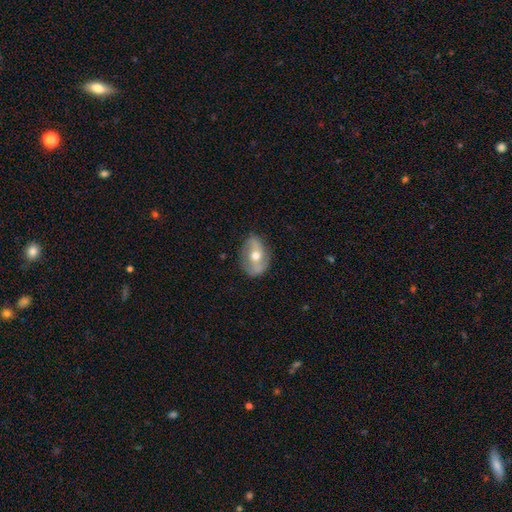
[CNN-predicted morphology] This is possibly a featured or disk galaxy (57%). It is clearly not viewed edge-on (90%). Bar: marginally no (44%). Spiral arm pattern: possibly yes (57%). Central bulge: likely moderate (76%). Merging: likely none (73%).